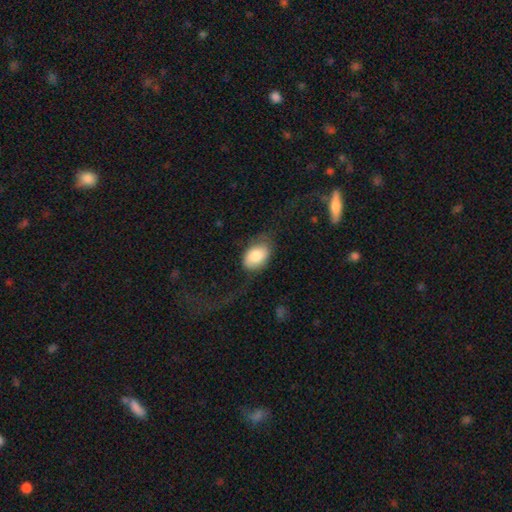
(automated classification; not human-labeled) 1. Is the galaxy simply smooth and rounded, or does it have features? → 77% smooth, 17% featured or disk, 6% star or artifact.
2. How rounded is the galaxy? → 87% in between, 12% round, 1% cigar-shaped.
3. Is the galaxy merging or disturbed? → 51% none, 25% major disturbance, 23% minor disturbance, 2% merger.